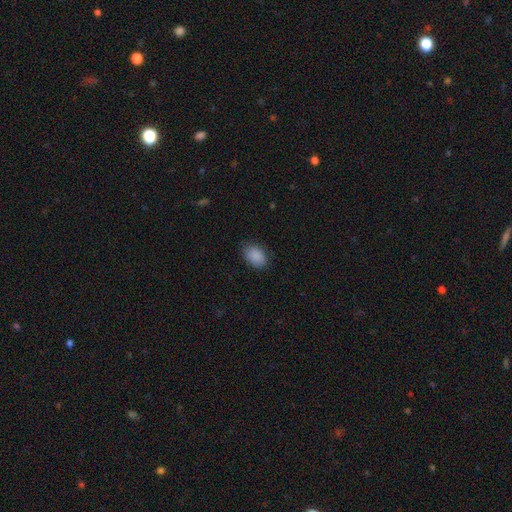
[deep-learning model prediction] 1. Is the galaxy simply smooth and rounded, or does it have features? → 89% smooth, 8% star or artifact, 4% featured or disk.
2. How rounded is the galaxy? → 83% in between, 15% round, 1% cigar-shaped.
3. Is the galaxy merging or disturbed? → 80% none, 15% minor disturbance, 3% major disturbance, 1% merger.